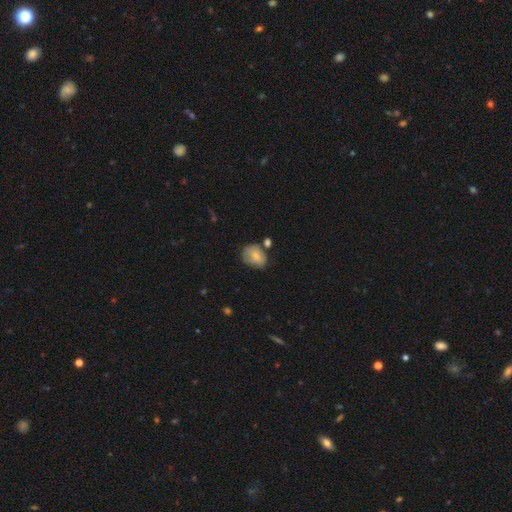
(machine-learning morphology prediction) smooth 73%, featured or disk 18%, star or artifact 8%. Down the decision tree: how rounded — in between (59%); merging — none (56%).